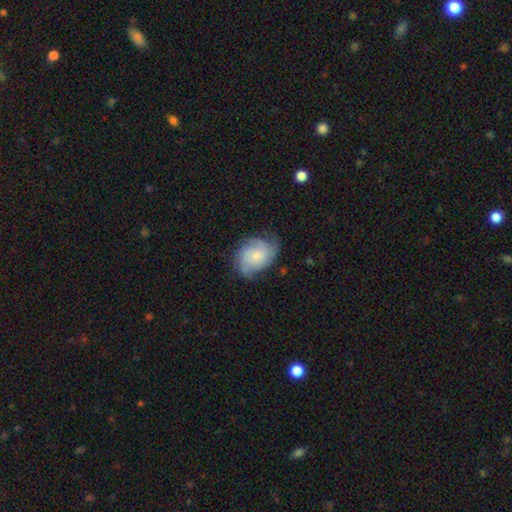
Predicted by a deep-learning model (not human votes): featured or disk 62%, smooth 31%, star or artifact 7%. Down the decision tree: edge-on disk — no (97%); bar — no (75%); spiral arms — yes (89%); spiral arm count — can't tell (34%); spiral winding — tight (47%); bulge size — small (57%); merging — none (59%).